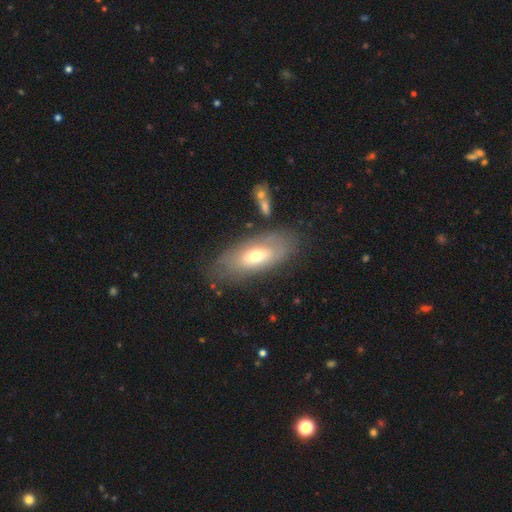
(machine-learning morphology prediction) Smooth or featured?
  - smooth: 50% *
  - featured or disk: 43%
  - star or artifact: 7%
How rounded?
  - in between: 85% *
  - cigar-shaped: 12%
  - round: 3%
Merging?
  - none: 70% *
  - minor disturbance: 18%
  - major disturbance: 7%
  - merger: 4%